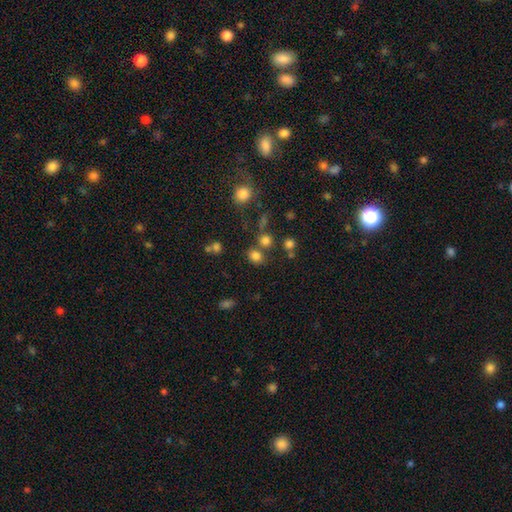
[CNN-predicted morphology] smooth_or_featured: smooth (p=0.77) [alt: star or artifact p=0.17]
how_rounded: round (p=0.59) [alt: in between p=0.40]
merging: none (p=0.66) [alt: merger p=0.18]